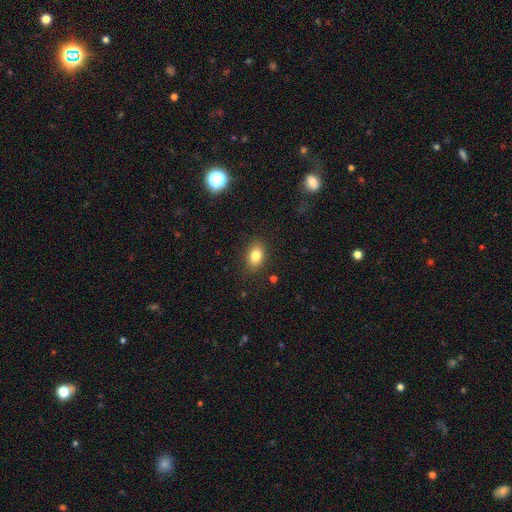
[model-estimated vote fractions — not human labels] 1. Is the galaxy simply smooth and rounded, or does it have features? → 81% smooth, 10% star or artifact, 9% featured or disk.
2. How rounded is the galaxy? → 80% in between, 18% round, 1% cigar-shaped.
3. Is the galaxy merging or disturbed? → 85% none, 11% minor disturbance, 3% major disturbance, 1% merger.